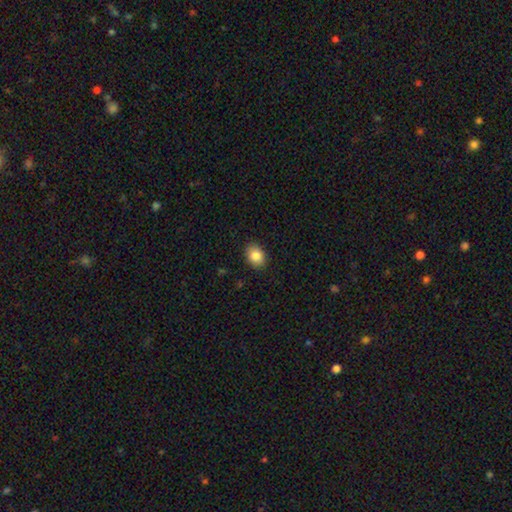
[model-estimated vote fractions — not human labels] A smooth galaxy with no disk features (85%) that is in between round and cigar-shaped (65%). Merging: none (89%).